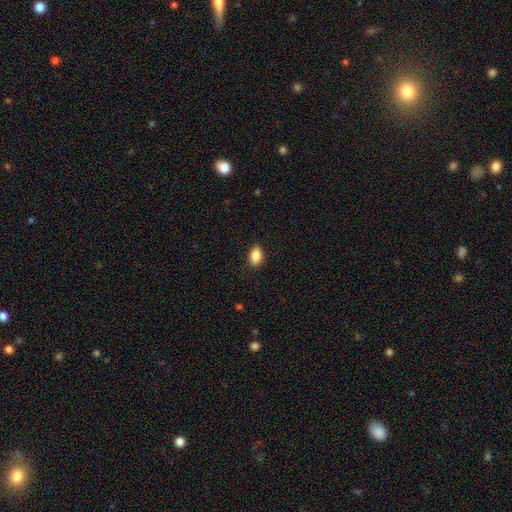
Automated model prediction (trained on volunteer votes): Q: Smooth or featured?
A: smooth (87%); runner-up: star or artifact (8%)
Q: How rounded?
A: in between (87%); runner-up: round (11%)
Q: Merging?
A: none (87%); runner-up: minor disturbance (10%)